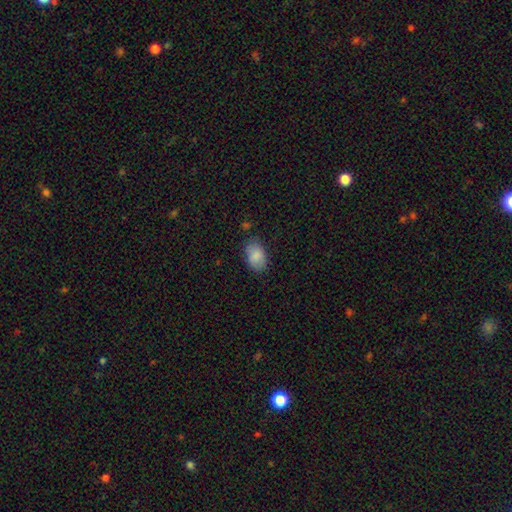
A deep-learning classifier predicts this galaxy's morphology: A smooth galaxy with no disk features (86%) that is in between round and cigar-shaped (88%).

Vote fractions:
- Smooth or featured? smooth: 86% / featured or disk: 7% / star or artifact: 7%
- How rounded? in between: 88% / round: 11% / cigar-shaped: 1%
- Merging? none: 76% / minor disturbance: 19% / major disturbance: 4% / merger: 2%